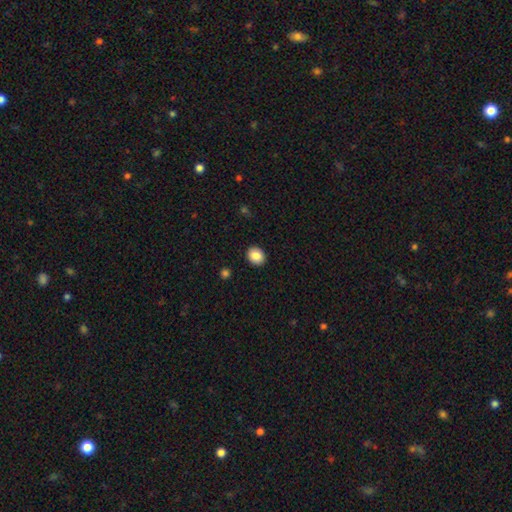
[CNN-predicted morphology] Smooth or featured: smooth — 87% (star or artifact — 8%)
How rounded: round — 59% (in between — 40%)
Merging: none — 91% (minor disturbance — 6%)